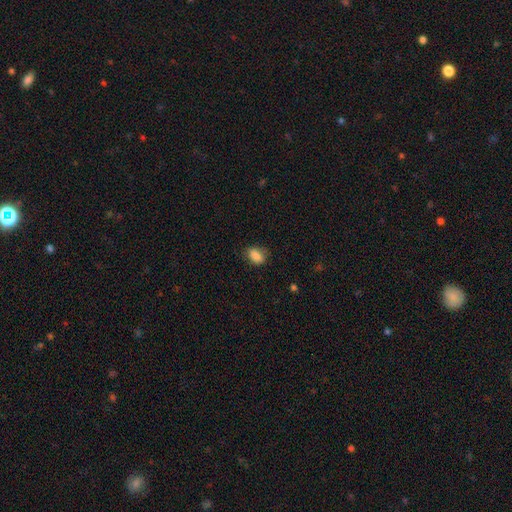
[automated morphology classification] type=smooth (86%); roundness=in between (80%); merging=none (75%).